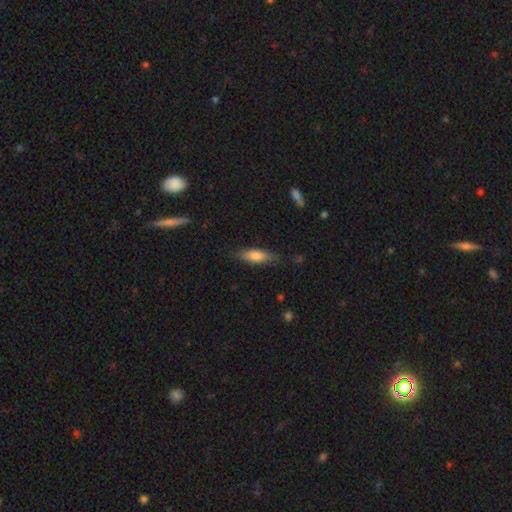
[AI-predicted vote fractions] smooth-or-featured: smooth: 76% | featured or disk: 18% | star or artifact: 6%
  how-rounded: in between: 51% | cigar-shaped: 47% | round: 2%
  merging: none: 79% | minor disturbance: 16% | major disturbance: 4% | merger: 1%